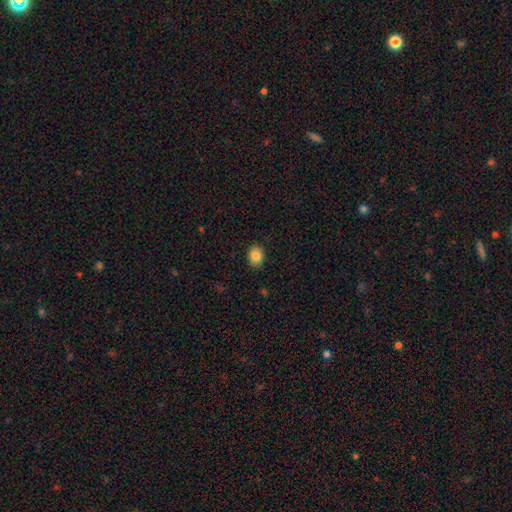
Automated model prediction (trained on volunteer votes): smooth_or_featured: smooth (p=0.85) [alt: star or artifact p=0.09]
how_rounded: in between (p=0.52) [alt: round p=0.47]
merging: none (p=0.88) [alt: minor disturbance p=0.09]